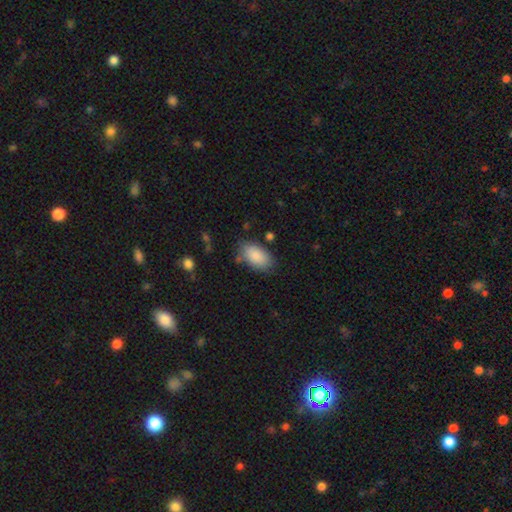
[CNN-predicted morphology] Smooth or featured? smooth (87%)
How rounded? in between (94%)
Merging? none (76%)